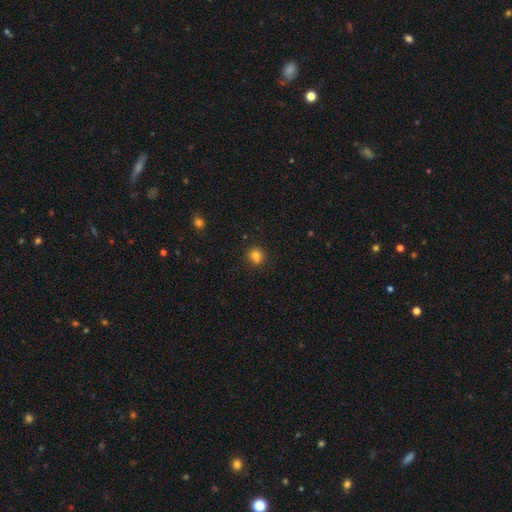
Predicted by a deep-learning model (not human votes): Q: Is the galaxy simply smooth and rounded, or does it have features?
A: smooth — 79%.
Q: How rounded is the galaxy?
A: round — 85%.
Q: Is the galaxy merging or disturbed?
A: none — 73%.